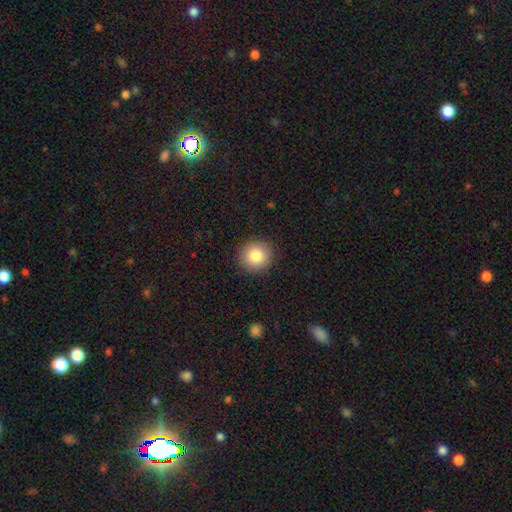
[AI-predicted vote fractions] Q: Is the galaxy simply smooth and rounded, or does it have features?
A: smooth — 84%.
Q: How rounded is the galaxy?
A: round — 88%.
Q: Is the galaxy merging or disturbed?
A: none — 91%.